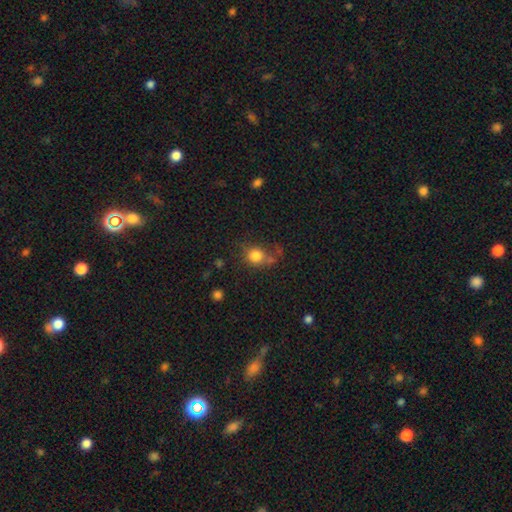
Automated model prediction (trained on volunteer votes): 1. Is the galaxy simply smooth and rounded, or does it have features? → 80% smooth, 12% star or artifact, 8% featured or disk.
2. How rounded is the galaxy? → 79% round, 20% in between, 1% cigar-shaped.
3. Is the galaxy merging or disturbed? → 56% none, 19% minor disturbance, 14% merger, 11% major disturbance.